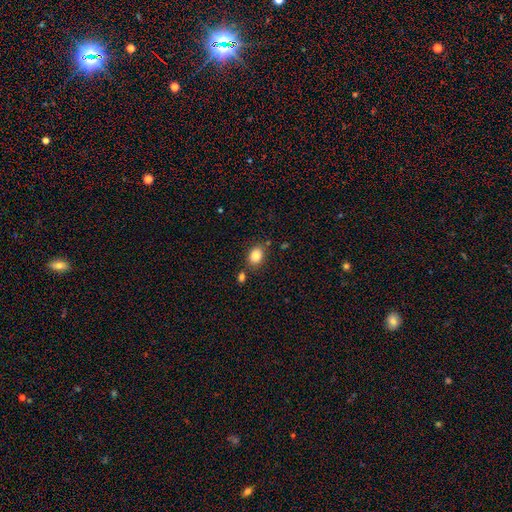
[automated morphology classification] Smooth or featured: smooth — 85% (star or artifact — 9%)
How rounded: in between — 67% (round — 32%)
Merging: none — 75% (minor disturbance — 13%)